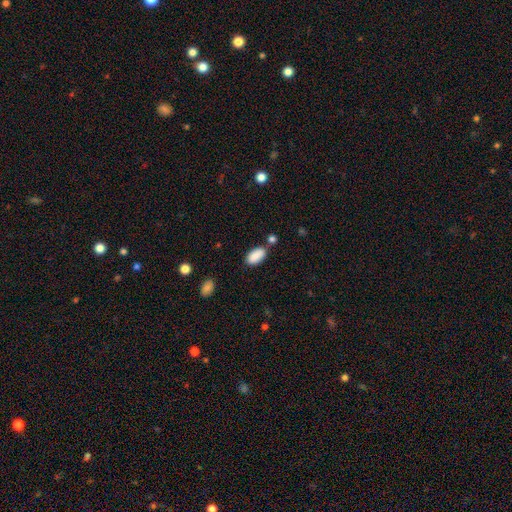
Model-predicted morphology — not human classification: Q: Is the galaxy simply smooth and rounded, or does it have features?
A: smooth — 89%.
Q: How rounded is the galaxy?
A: in between — 94%.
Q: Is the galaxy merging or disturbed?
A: none — 72%.